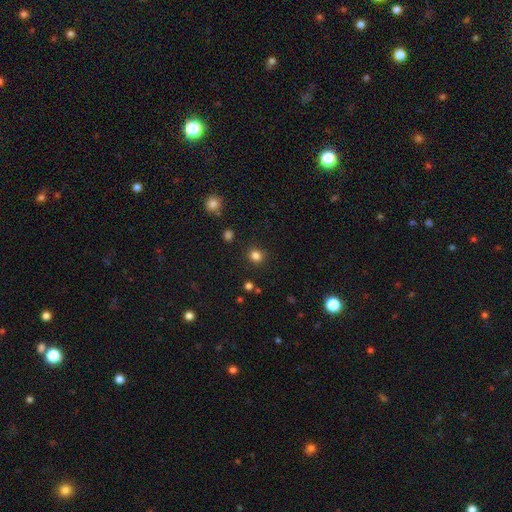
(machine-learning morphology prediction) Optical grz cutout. It shows a smooth galaxy with no disk features (82%) that is round (87%). Merging: none (88%).